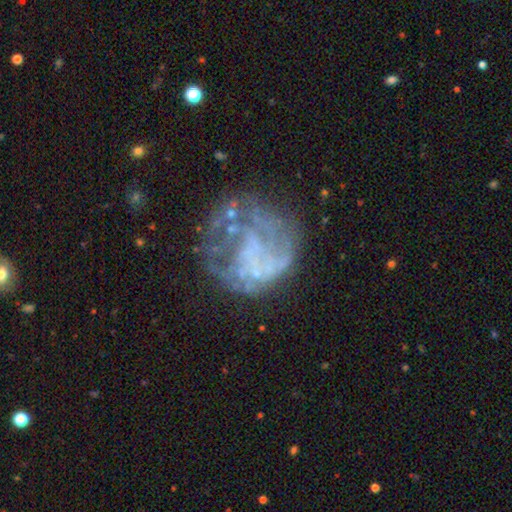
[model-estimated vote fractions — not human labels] A featured or disk galaxy (65%) with no bar (87%), no spiral arms (71%) and no central bulge (78%).

Vote fractions:
- Smooth or featured? featured or disk: 65% / smooth: 21% / star or artifact: 14%
- Edge-on disk? no: 98% / yes: 2%
- Bar? no: 87% / weak: 10% / strong: 3%
- Spiral arms? no: 71% / yes: 29%
- Bulge size? none: 78% / small: 13% / moderate: 6% / large: 2% / dominant: 1%
- Merging? none: 49% / major disturbance: 28% / minor disturbance: 18% / merger: 5%